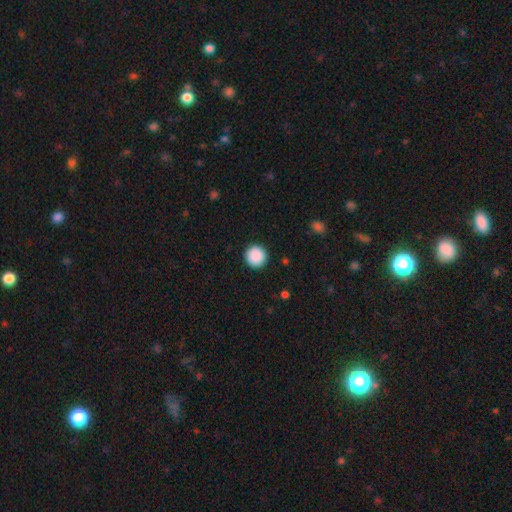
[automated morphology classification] Smooth or featured? Predicted: smooth (p=0.90). How rounded? Predicted: round (p=0.96). Merging? Predicted: none (p=0.93).